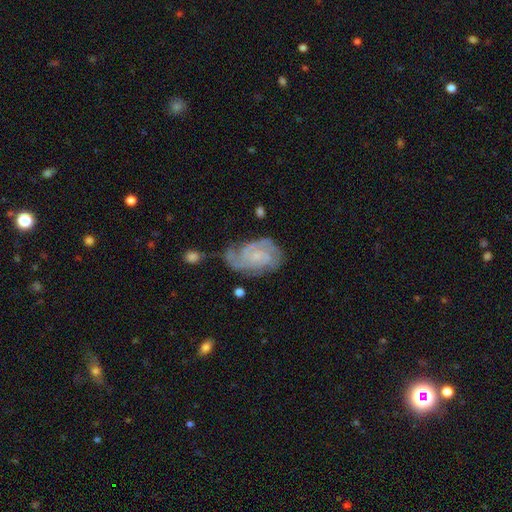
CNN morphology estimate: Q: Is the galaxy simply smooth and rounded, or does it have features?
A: featured or disk — 84%.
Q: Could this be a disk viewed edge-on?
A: no — 98%.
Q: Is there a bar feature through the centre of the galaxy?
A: no — 65%.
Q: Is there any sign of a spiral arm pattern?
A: yes — 97%.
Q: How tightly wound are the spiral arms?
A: tight — 57%.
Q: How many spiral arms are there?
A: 3 — 36%.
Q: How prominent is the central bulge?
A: small — 66%.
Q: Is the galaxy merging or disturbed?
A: none — 59%.